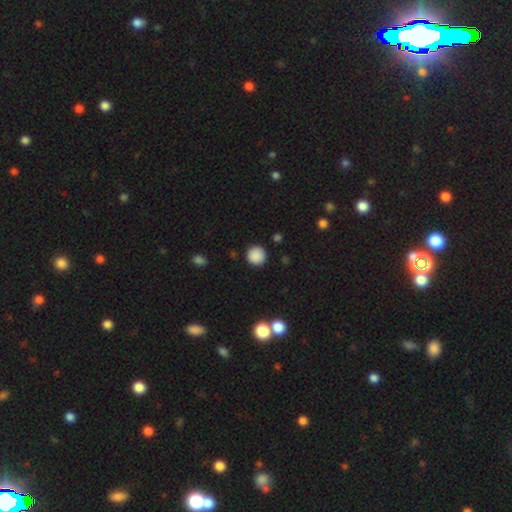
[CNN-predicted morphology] smooth_or_featured: smooth (p=0.88) [alt: star or artifact p=0.09]
how_rounded: round (p=0.94) [alt: in between p=0.05]
merging: none (p=0.90) [alt: minor disturbance p=0.07]